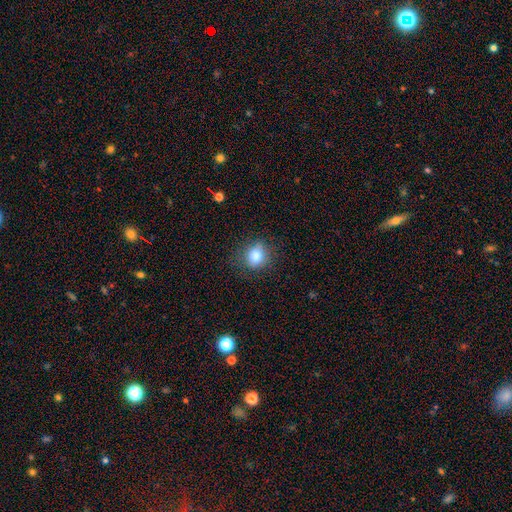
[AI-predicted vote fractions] Smooth or featured?
  - smooth: 83% *
  - star or artifact: 10%
  - featured or disk: 7%
How rounded?
  - round: 71% *
  - in between: 28%
  - cigar-shaped: 1%
Merging?
  - none: 76% *
  - minor disturbance: 17%
  - major disturbance: 6%
  - merger: 1%